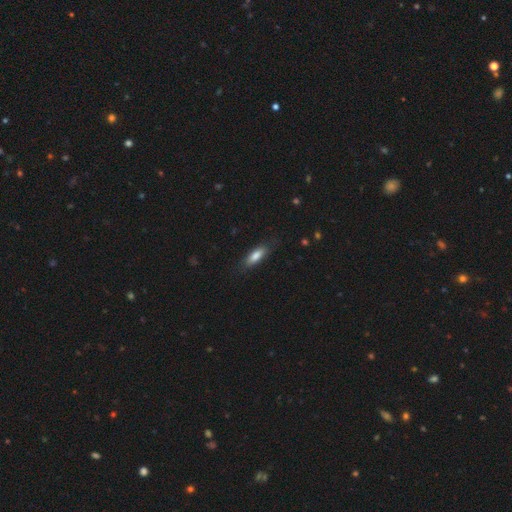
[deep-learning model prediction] Smooth or featured?
  - smooth: 79% *
  - featured or disk: 15%
  - star or artifact: 6%
How rounded?
  - in between: 58% *
  - cigar-shaped: 40%
  - round: 2%
Merging?
  - none: 80% *
  - minor disturbance: 15%
  - major disturbance: 4%
  - merger: 1%